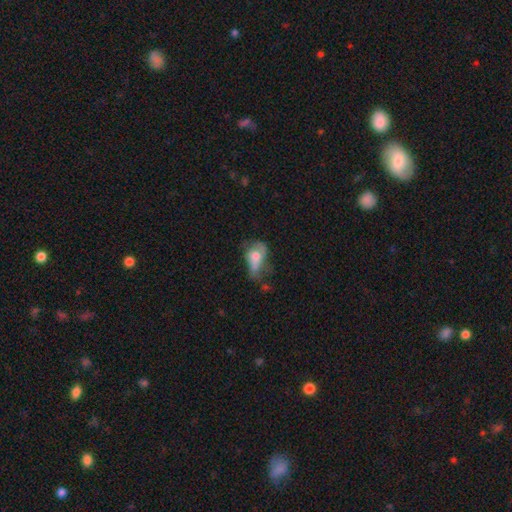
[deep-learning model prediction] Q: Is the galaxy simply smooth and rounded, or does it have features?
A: smooth — 55%.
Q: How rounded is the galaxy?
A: in between — 79%.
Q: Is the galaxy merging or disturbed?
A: major disturbance — 40%.